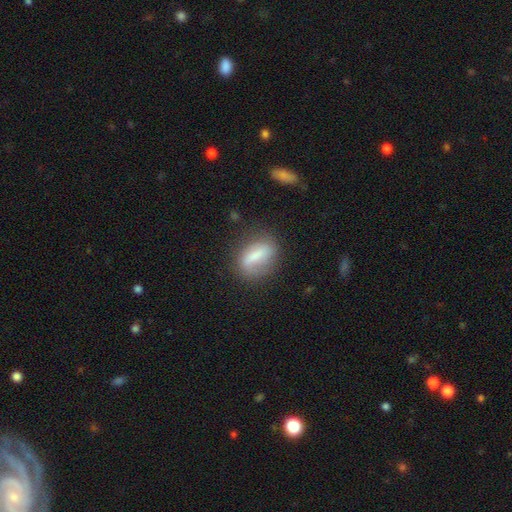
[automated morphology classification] Q: Smooth or featured?
A: smooth (63%); runner-up: featured or disk (28%)
Q: How rounded?
A: in between (69%); runner-up: cigar-shaped (17%)
Q: Merging?
A: none (66%); runner-up: minor disturbance (21%)